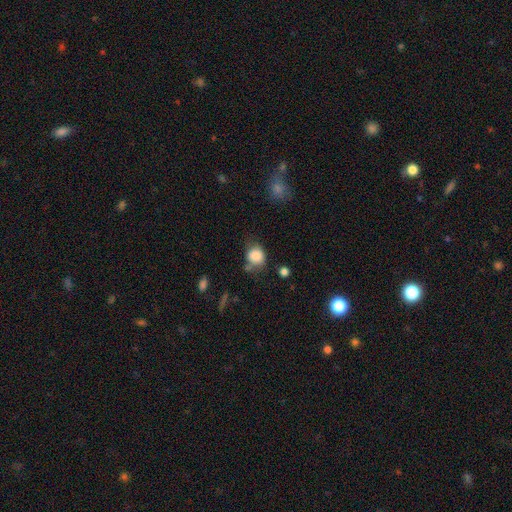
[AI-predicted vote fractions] This appears to be a smooth galaxy with no disk features (85%) that is round (69%). Merging: none (55%).